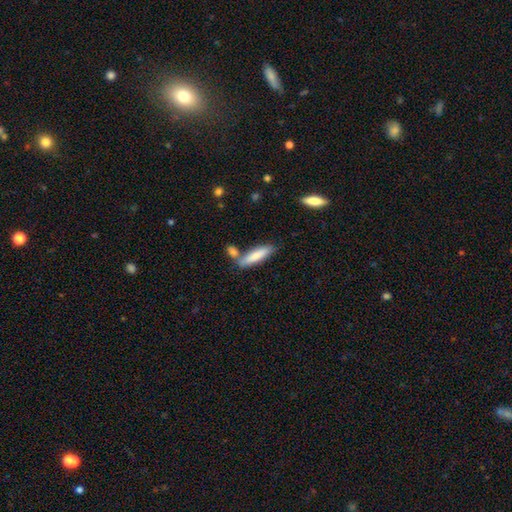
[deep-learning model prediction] Q: Smooth or featured?
A: smooth (80%); runner-up: featured or disk (14%)
Q: How rounded?
A: cigar-shaped (69%); runner-up: in between (29%)
Q: Merging?
A: none (61%); runner-up: merger (21%)